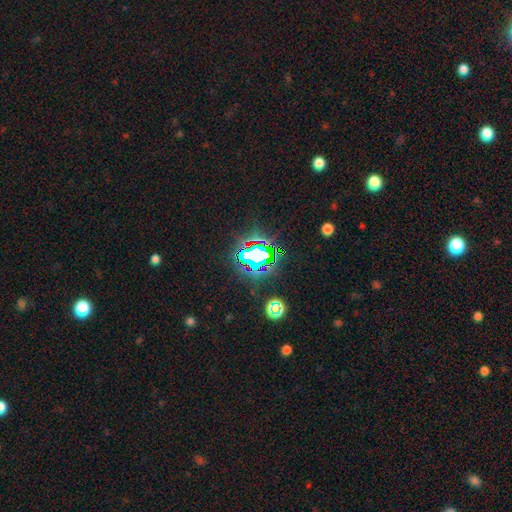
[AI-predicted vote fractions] A star or artifact, not a galaxy (70%).